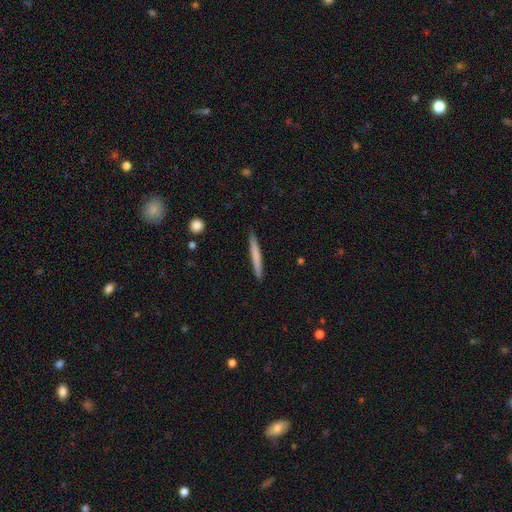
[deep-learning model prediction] This appears to be a smooth galaxy with no disk features (68%) that is cigar-shaped (97%). Merging: none (90%).